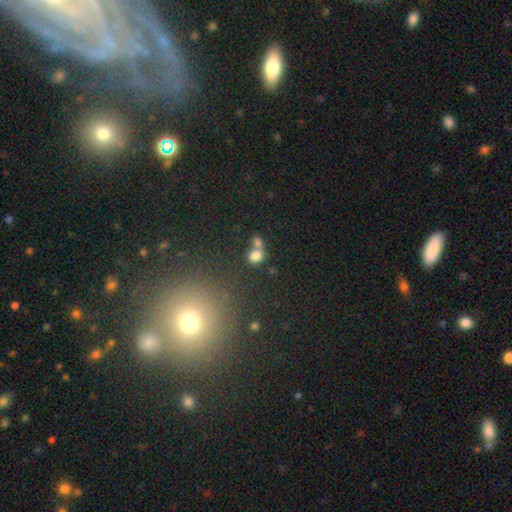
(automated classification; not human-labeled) Smooth or featured? smooth (77%)
How rounded? round (65%)
Merging? merger (53%)